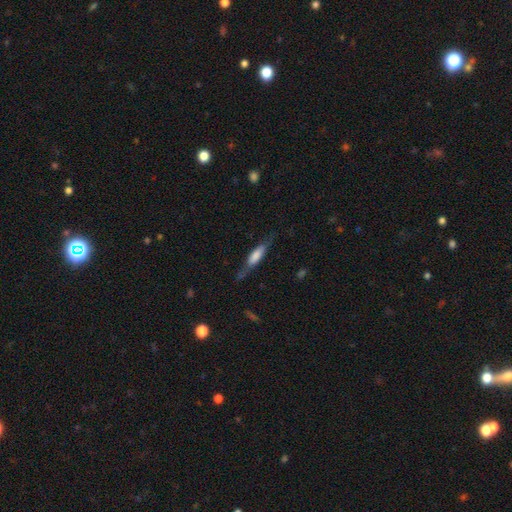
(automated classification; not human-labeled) Smooth or featured? Predicted: smooth (p=0.49). Merging? Predicted: none (p=0.66).